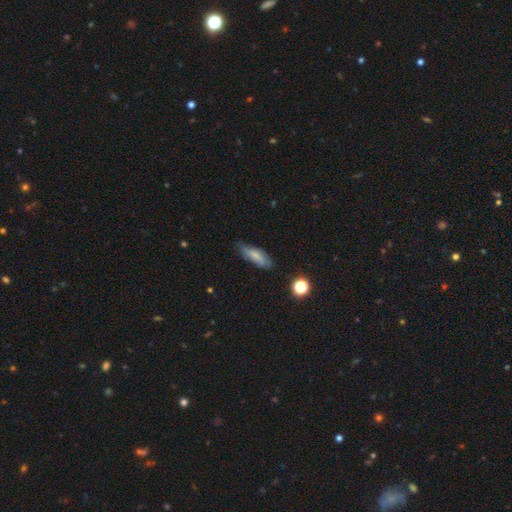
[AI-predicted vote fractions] smooth_or_featured: smooth (p=0.71) [alt: featured or disk p=0.20]
how_rounded: in between (p=0.54) [alt: cigar-shaped p=0.44]
merging: none (p=0.65) [alt: minor disturbance p=0.27]